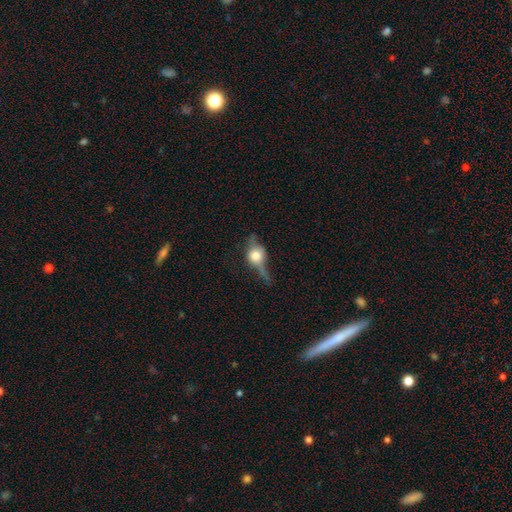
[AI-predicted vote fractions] Smooth or featured? featured or disk (55%)
Edge-on disk? yes (88%)
Merging? none (52%)